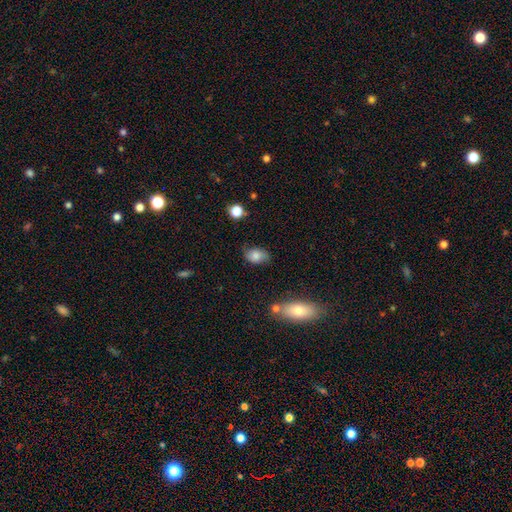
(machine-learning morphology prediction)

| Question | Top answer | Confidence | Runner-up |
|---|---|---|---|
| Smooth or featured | smooth | 73% | featured or disk (18%) |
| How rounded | in between | 85% | round (14%) |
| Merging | none | 65% | minor disturbance (25%) |